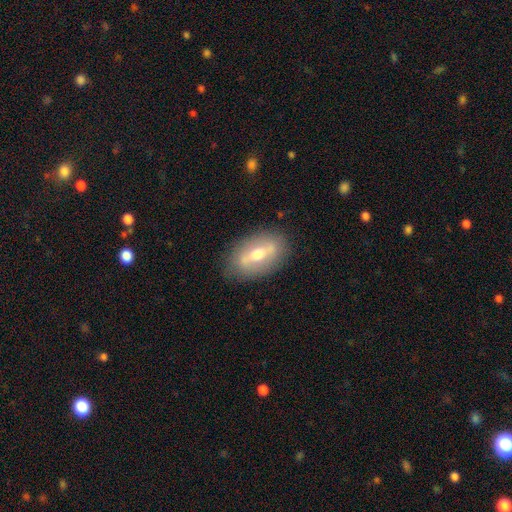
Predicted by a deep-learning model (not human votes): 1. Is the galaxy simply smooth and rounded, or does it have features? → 57% featured or disk, 35% smooth, 7% star or artifact.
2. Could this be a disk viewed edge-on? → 79% no, 21% yes.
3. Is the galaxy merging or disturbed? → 83% none, 11% minor disturbance, 4% major disturbance, 2% merger.